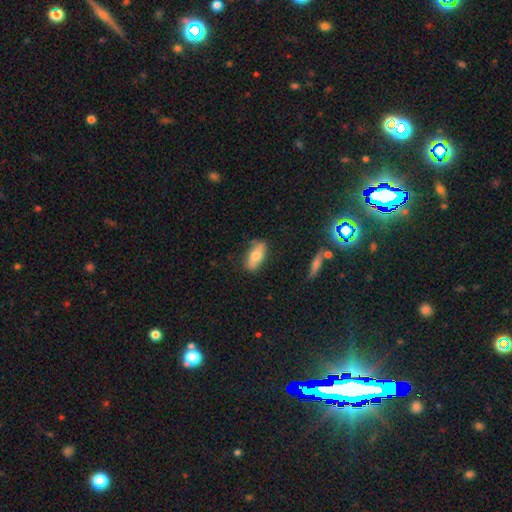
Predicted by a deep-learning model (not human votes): smooth 64%, featured or disk 29%, star or artifact 7%. Down the decision tree: how rounded — in between (78%); merging — none (77%).